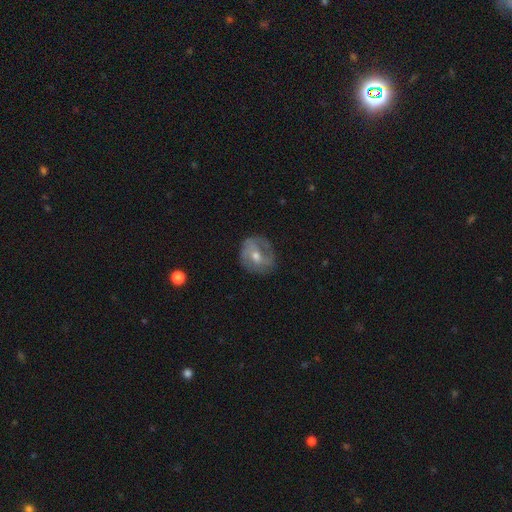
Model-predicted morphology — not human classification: featured or disk 61%, smooth 31%, star or artifact 8%. Down the decision tree: edge-on disk — no (96%); bar — no (41%, tied with weak); spiral arms — yes (67%); bulge size — moderate (68%); merging — none (73%).